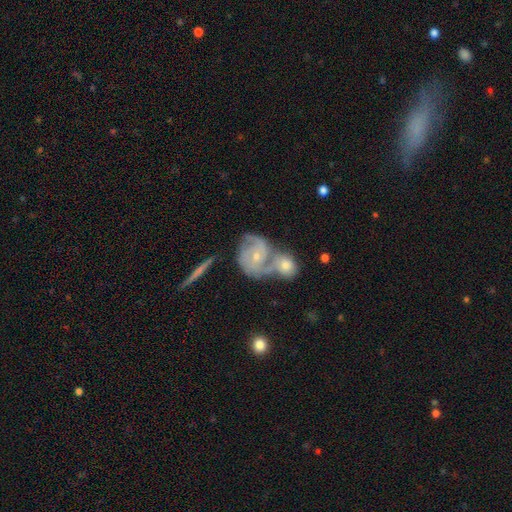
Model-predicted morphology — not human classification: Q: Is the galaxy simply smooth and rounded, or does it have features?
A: featured or disk — 83%.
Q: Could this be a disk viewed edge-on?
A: no — 97%.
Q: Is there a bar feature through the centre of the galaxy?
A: no — 61%.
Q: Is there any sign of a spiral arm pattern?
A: yes — 95%.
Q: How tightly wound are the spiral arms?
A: tight — 48%.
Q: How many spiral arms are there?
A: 2 — 55%.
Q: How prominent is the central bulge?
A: small — 61%.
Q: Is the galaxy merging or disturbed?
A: merger — 50%.